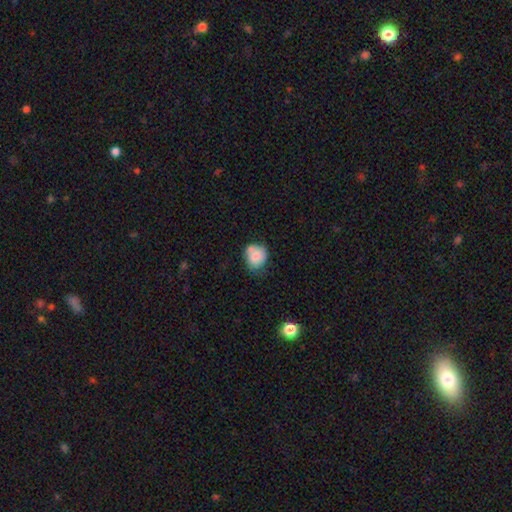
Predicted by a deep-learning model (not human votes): Smooth or featured? smooth (72%)
How rounded? round (64%)
Merging? none (44%)